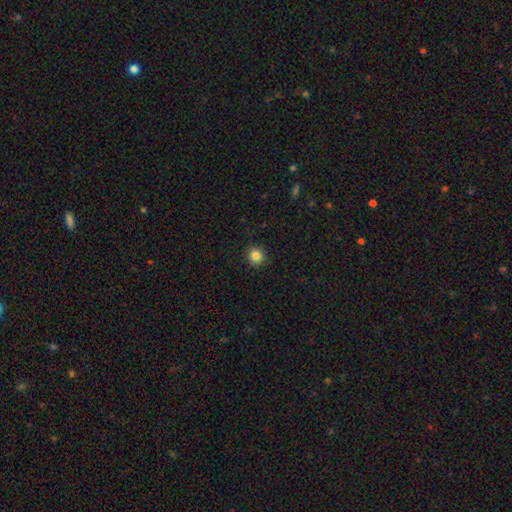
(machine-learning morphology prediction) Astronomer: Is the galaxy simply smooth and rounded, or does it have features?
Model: smooth — 84%.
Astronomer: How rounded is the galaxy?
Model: round — 92%.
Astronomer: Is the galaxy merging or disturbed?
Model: none — 92%.